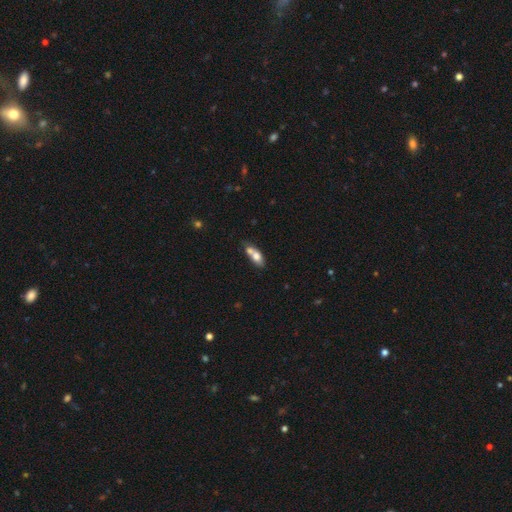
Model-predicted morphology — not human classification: A smooth galaxy with no disk features (68%) that is in between round and cigar-shaped (76%).

Vote fractions:
- Smooth or featured? smooth: 68% / featured or disk: 24% / star or artifact: 8%
- How rounded? in between: 76% / cigar-shaped: 17% / round: 7%
- Merging? merger: 52% / none: 31% / minor disturbance: 12% / major disturbance: 5%